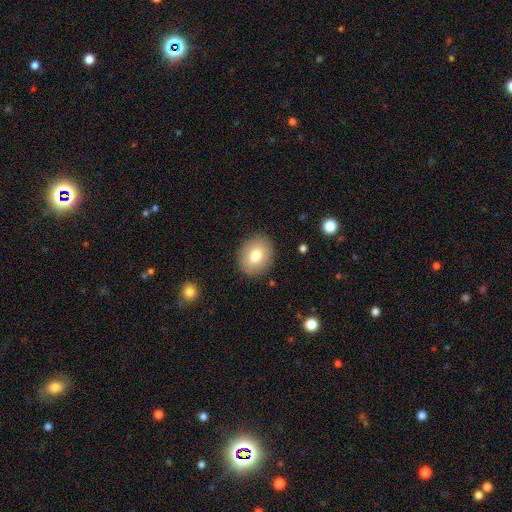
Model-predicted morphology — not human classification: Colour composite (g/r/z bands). It shows a smooth galaxy with no disk features (77%) that is round (52%). Merging: none (88%).